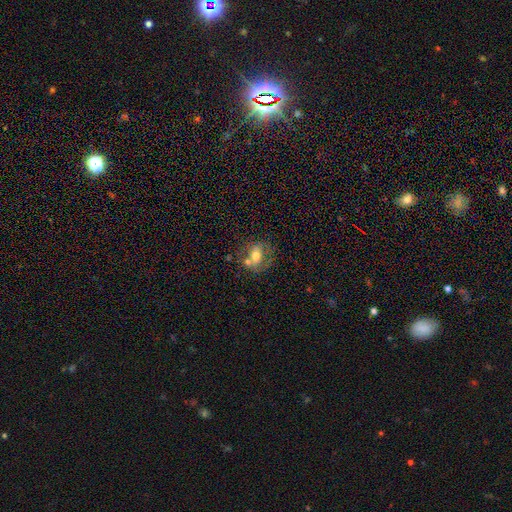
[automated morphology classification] Overall: smooth (55%; featured or disk 36%). How rounded: in between (58%; round 40%). Merging: none (43%; merger 29%).